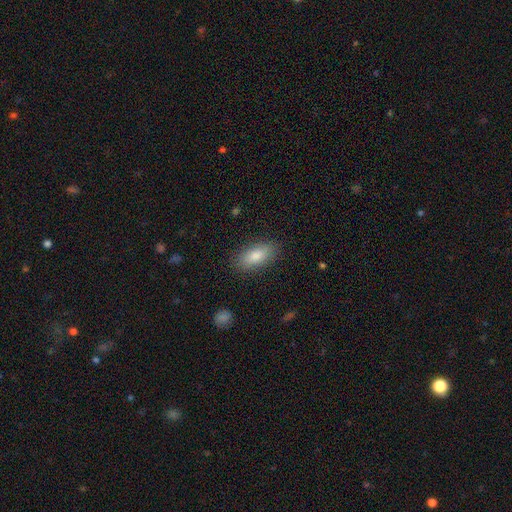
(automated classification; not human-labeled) Smooth or featured? smooth (83%)
How rounded? in between (85%)
Merging? none (87%)